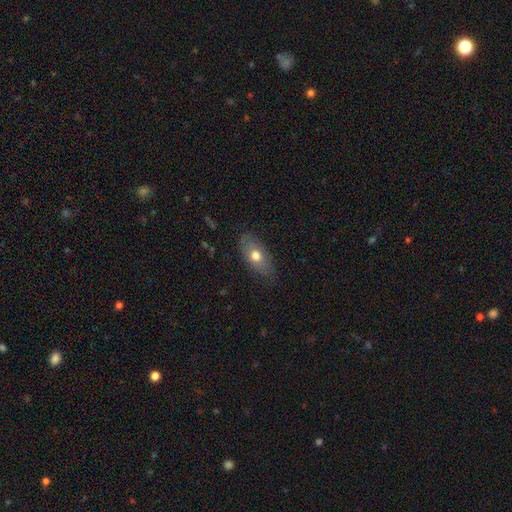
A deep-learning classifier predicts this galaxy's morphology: Q: Smooth or featured?
A: smooth (68%); runner-up: featured or disk (25%)
Q: How rounded?
A: in between (87%); runner-up: round (7%)
Q: Merging?
A: none (75%); runner-up: minor disturbance (20%)